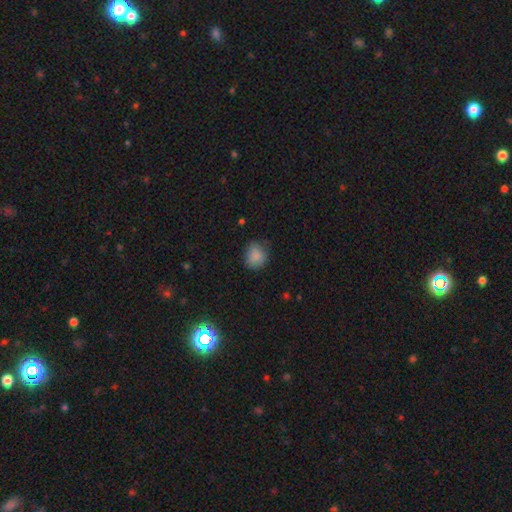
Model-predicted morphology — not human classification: This appears to be a smooth galaxy with no disk features (84%) that is round (64%). Merging: none (71%).